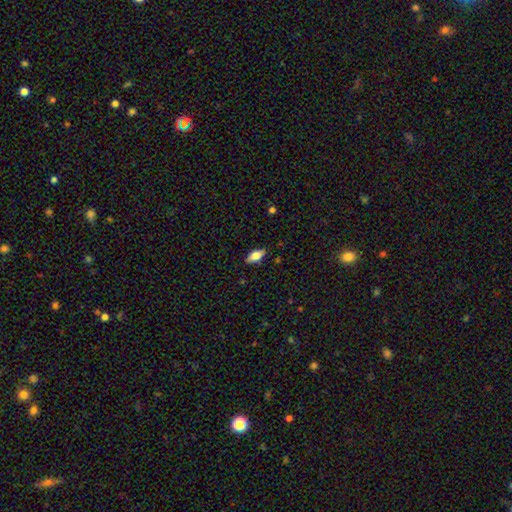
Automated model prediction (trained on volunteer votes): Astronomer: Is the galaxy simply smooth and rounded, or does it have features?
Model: smooth — 71%.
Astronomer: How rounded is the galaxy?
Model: in between — 84%.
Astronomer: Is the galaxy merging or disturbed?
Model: none — 86%.